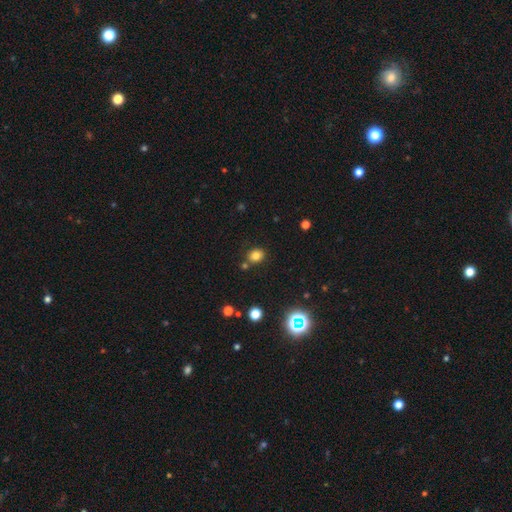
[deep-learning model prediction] A smooth galaxy with no disk features (79%) that is round (61%). Merging: none (76%).